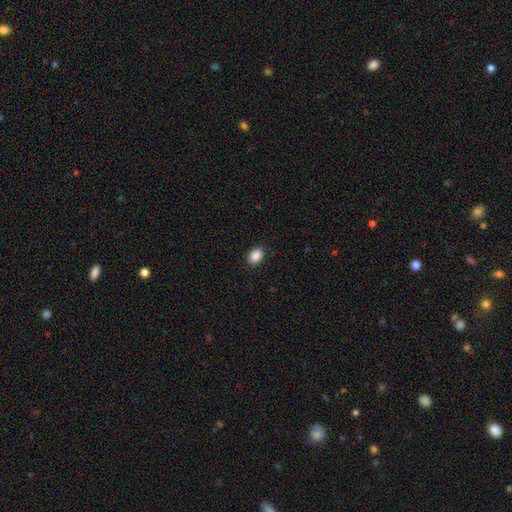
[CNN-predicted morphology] A smooth galaxy with no disk features (89%) that is in between round and cigar-shaped (74%).

Vote fractions:
- Smooth or featured? smooth: 89% / star or artifact: 8% / featured or disk: 3%
- How rounded? in between: 74% / round: 25% / cigar-shaped: 1%
- Merging? none: 89% / minor disturbance: 8% / major disturbance: 2% / merger: 1%